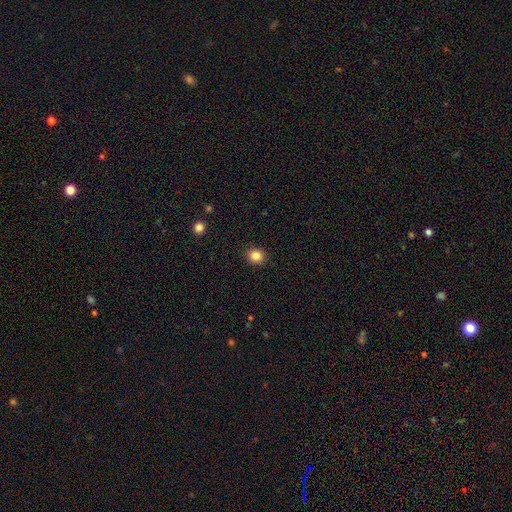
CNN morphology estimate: Smooth or featured?
  - smooth: 85% *
  - star or artifact: 11%
  - featured or disk: 4%
How rounded?
  - round: 81% *
  - in between: 18%
  - cigar-shaped: 1%
Merging?
  - none: 91% *
  - minor disturbance: 6%
  - major disturbance: 2%
  - merger: 1%